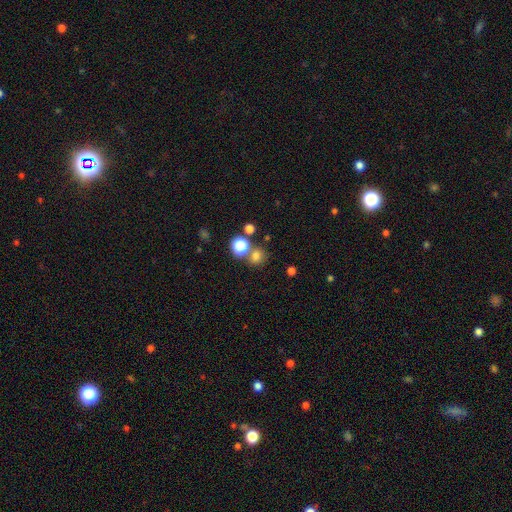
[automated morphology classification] This is likely a smooth galaxy (72%). How rounded: likely round (79%). Merging: likely none (65%).